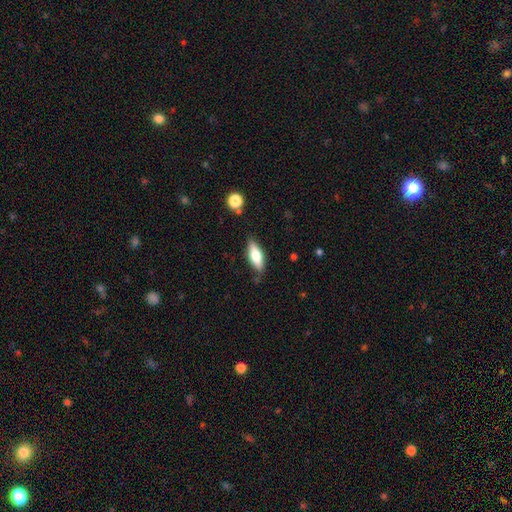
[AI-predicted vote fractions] Smooth or featured? smooth (64%)
How rounded? in between (65%)
Merging? none (81%)